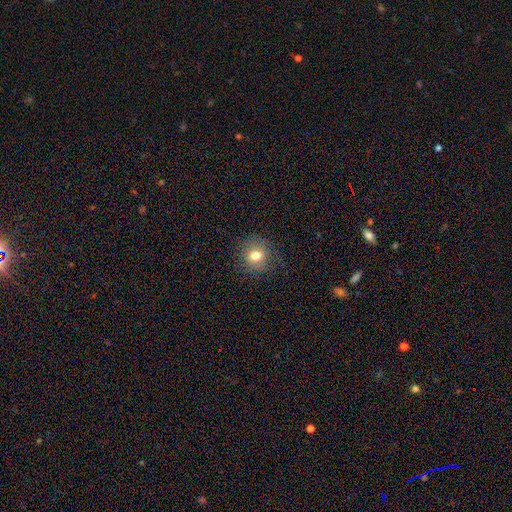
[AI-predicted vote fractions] Smooth or featured?
  - smooth: 75% *
  - featured or disk: 13%
  - star or artifact: 12%
How rounded?
  - round: 75% *
  - in between: 24%
  - cigar-shaped: 1%
Merging?
  - none: 82% *
  - minor disturbance: 12%
  - major disturbance: 4%
  - merger: 1%